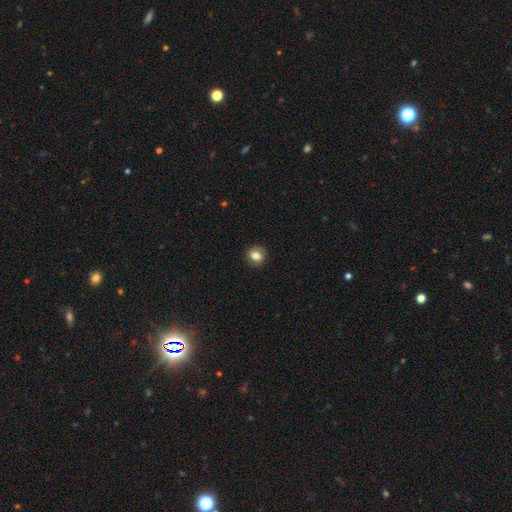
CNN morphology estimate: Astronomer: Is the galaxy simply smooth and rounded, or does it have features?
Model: smooth — 73%.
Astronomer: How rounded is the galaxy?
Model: round — 73%.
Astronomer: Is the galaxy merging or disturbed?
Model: none — 86%.